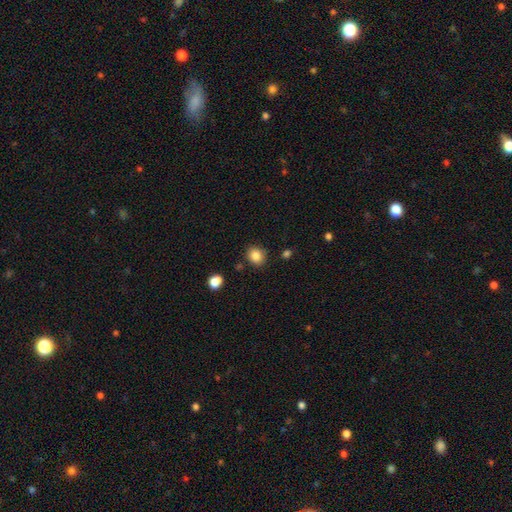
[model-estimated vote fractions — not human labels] Smooth or featured?
  - smooth: 85% *
  - star or artifact: 10%
  - featured or disk: 5%
How rounded?
  - round: 72% *
  - in between: 27%
  - cigar-shaped: 1%
Merging?
  - none: 85% *
  - minor disturbance: 10%
  - merger: 3%
  - major disturbance: 2%